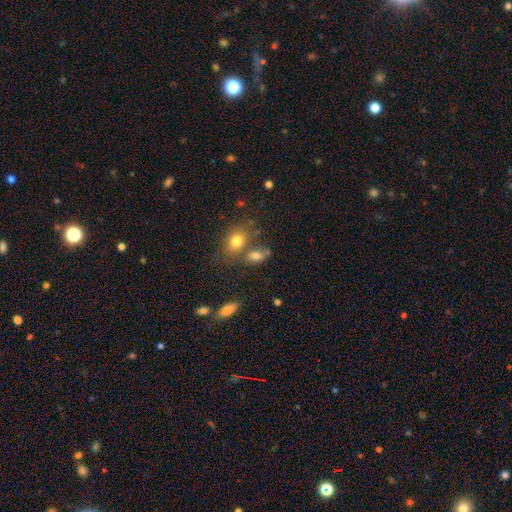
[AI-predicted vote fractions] A smooth galaxy with no disk features (75%) that is in between round and cigar-shaped (81%). Merging: none (50%).